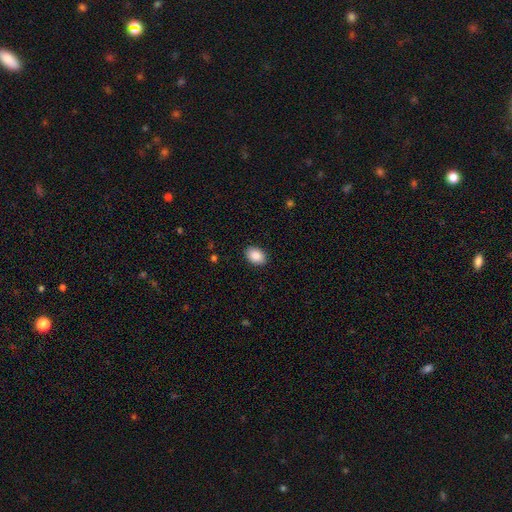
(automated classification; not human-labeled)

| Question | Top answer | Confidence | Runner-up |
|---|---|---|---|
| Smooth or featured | smooth | 90% | star or artifact (7%) |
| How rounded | in between | 82% | round (17%) |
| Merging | none | 89% | minor disturbance (8%) |